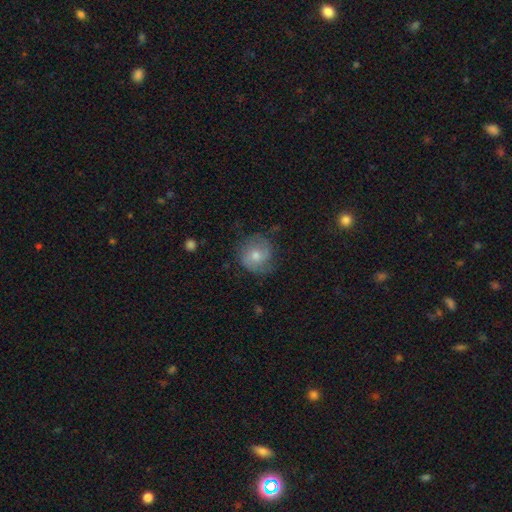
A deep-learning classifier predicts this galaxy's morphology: This is possibly a featured or disk galaxy (49%). Merging: likely none (74%).